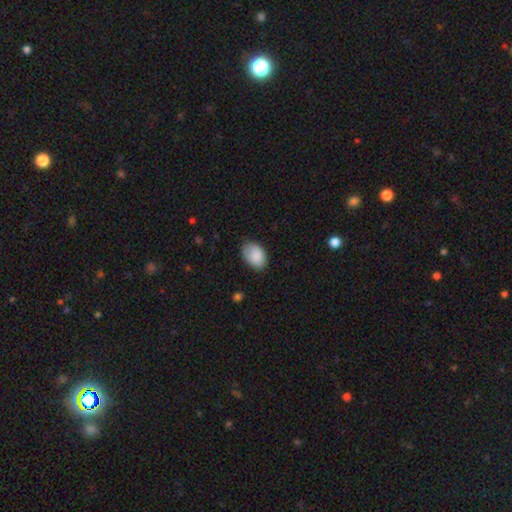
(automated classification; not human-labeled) Morphology: type=smooth (88%); roundness=in between (87%); merging=none (74%).